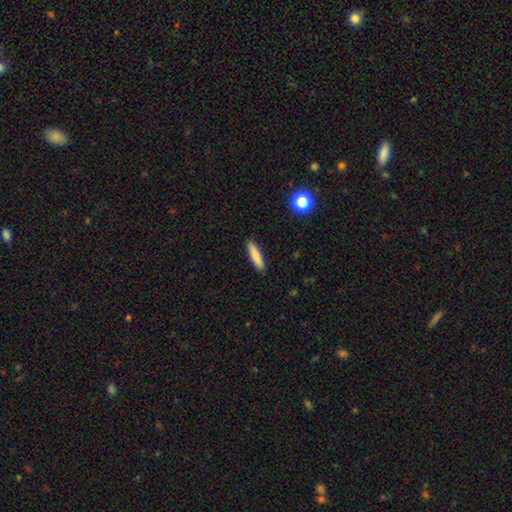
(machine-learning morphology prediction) Q: Smooth or featured?
A: smooth (81%); runner-up: featured or disk (13%)
Q: How rounded?
A: cigar-shaped (84%); runner-up: in between (14%)
Q: Merging?
A: none (91%); runner-up: minor disturbance (6%)